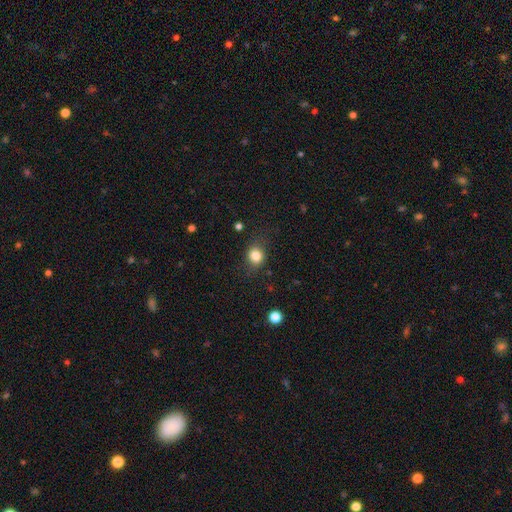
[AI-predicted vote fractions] smooth_or_featured: smooth (p=0.82) [alt: star or artifact p=0.11]
how_rounded: round (p=0.73) [alt: in between p=0.26]
merging: none (p=0.77) [alt: minor disturbance p=0.16]